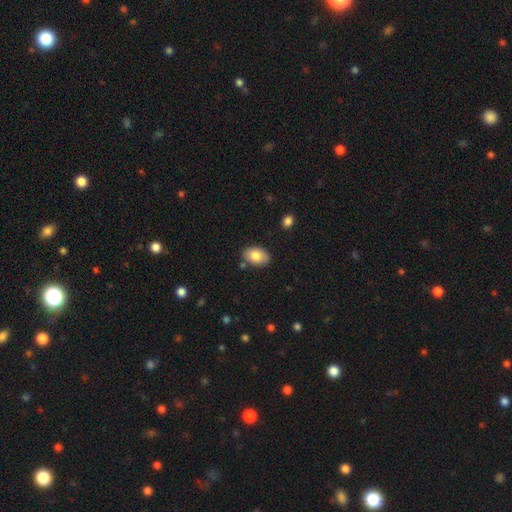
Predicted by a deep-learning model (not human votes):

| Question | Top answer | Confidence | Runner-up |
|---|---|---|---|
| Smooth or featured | smooth | 82% | featured or disk (11%) |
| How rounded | in between | 90% | round (9%) |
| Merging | none | 82% | minor disturbance (12%) |